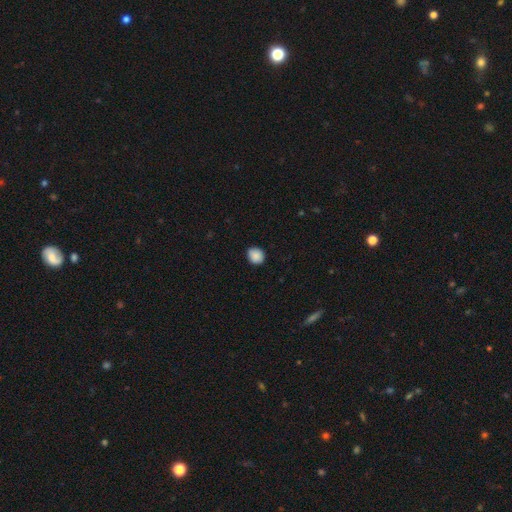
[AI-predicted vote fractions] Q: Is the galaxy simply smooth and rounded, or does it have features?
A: smooth — 89%.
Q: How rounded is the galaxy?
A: round — 75%.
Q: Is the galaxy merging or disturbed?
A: none — 86%.